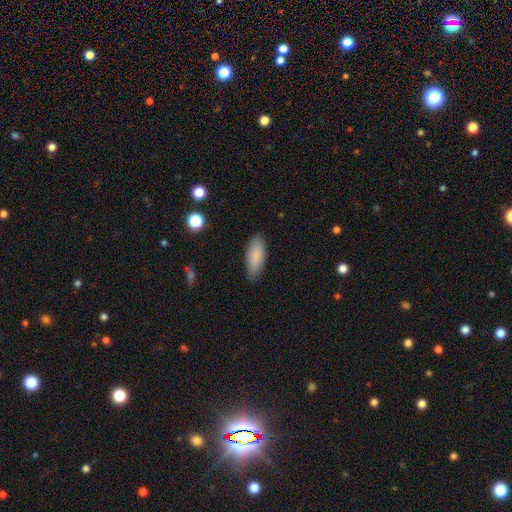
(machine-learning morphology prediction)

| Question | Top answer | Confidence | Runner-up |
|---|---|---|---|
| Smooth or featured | smooth | 87% | featured or disk (7%) |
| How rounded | in between | 74% | cigar-shaped (25%) |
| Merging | none | 87% | minor disturbance (10%) |